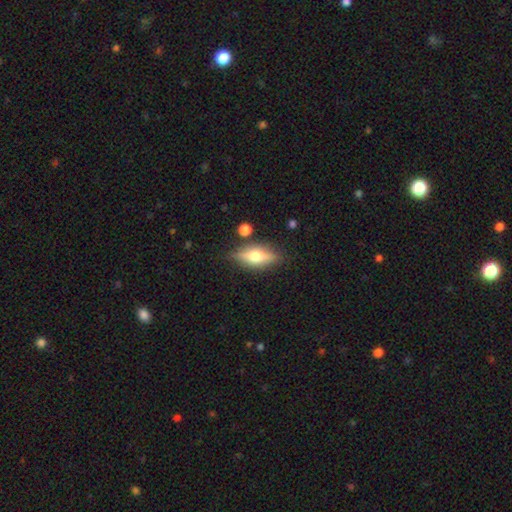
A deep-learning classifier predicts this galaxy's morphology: Smooth or featured? featured or disk (49%)
Merging? none (80%)